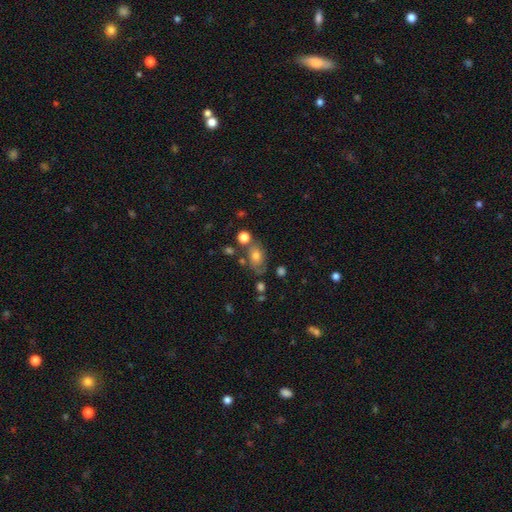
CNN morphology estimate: Overall: smooth (63%; featured or disk 25%). How rounded: in between (68%; round 30%). Merging: none (55%; minor disturbance 22%).